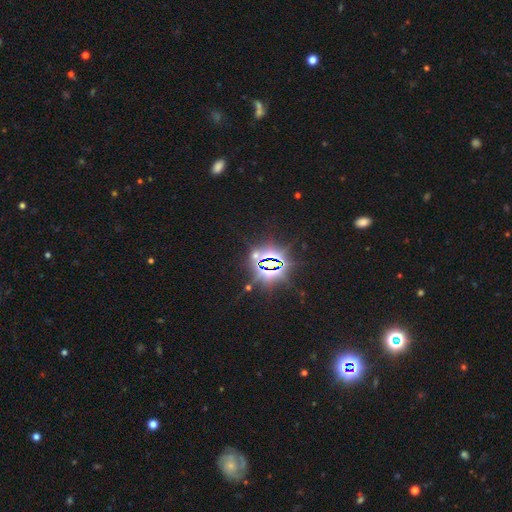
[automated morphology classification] This appears to be a star or artifact, not a galaxy (82%).